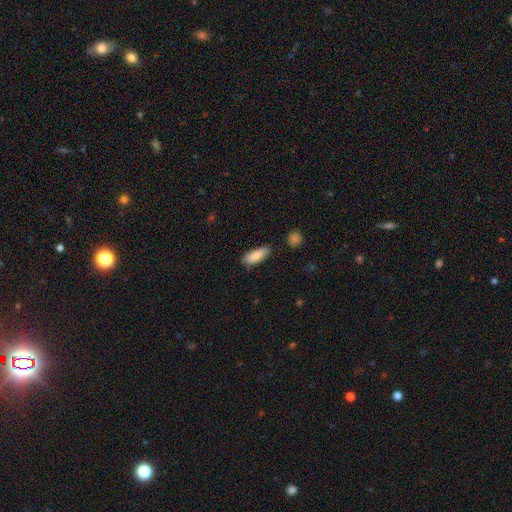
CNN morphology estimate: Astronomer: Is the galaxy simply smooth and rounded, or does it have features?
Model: smooth — 84%.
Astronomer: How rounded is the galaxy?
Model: in between — 69%.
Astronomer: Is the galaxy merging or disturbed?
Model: none — 79%.